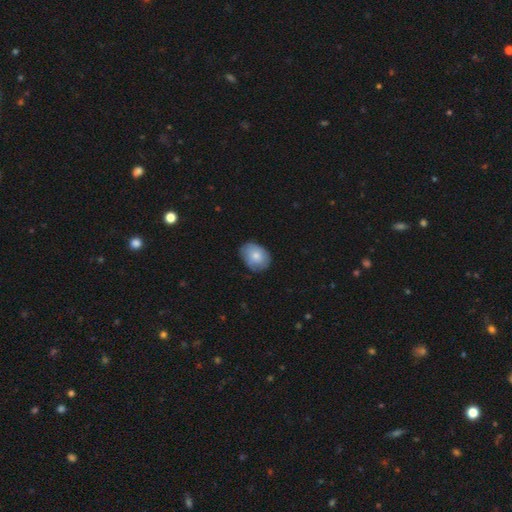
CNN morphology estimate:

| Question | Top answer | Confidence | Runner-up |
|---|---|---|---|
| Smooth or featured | smooth | 79% | featured or disk (15%) |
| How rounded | in between | 65% | round (34%) |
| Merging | none | 74% | minor disturbance (22%) |